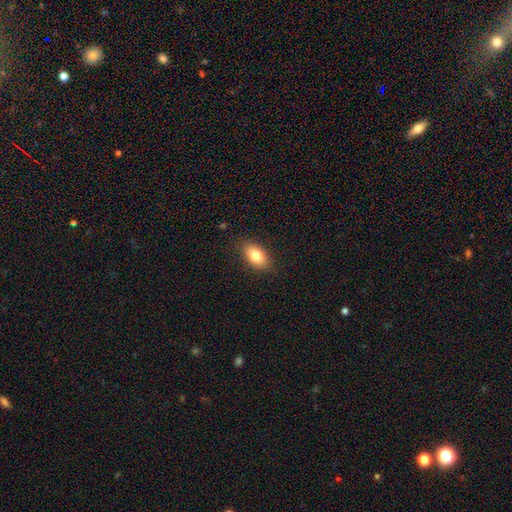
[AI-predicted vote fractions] Smooth or featured? smooth (80%)
How rounded? in between (90%)
Merging? none (85%)